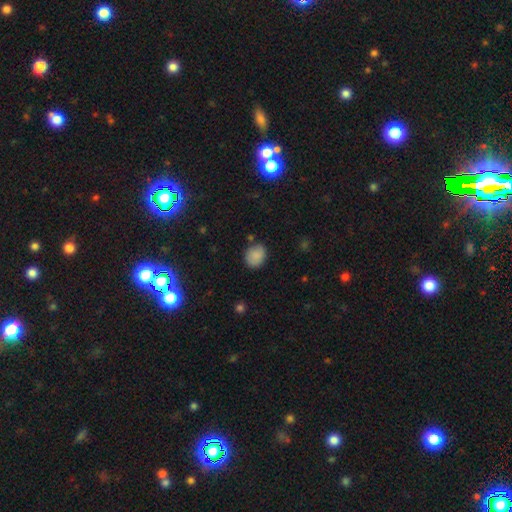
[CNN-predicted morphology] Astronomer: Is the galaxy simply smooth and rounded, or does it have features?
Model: smooth — 87%.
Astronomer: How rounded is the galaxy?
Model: round — 56% (runner-up: in between, 43%).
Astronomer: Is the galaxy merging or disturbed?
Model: none — 79%.